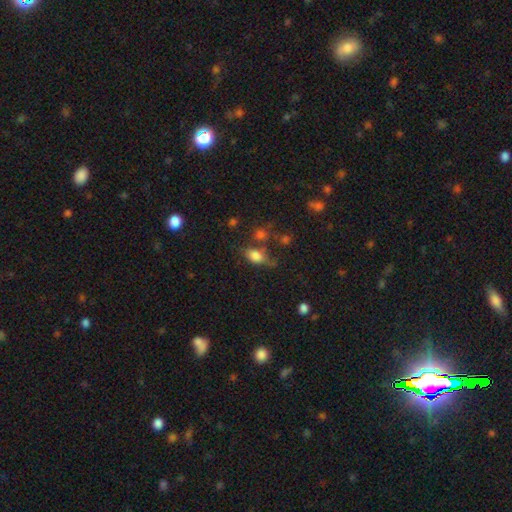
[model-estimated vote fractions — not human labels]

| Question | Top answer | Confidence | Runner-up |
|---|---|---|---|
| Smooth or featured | smooth | 76% | featured or disk (13%) |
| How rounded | in between | 78% | round (16%) |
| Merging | none | 49% | minor disturbance (24%) |